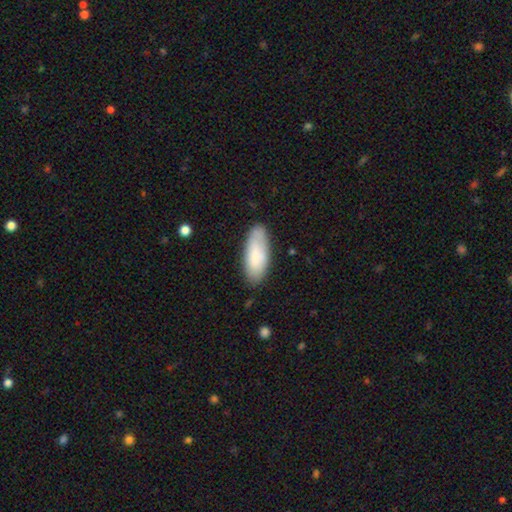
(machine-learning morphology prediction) Smooth or featured? Predicted: smooth (p=0.82). How rounded? Predicted: in between (p=0.76). Merging? Predicted: none (p=0.80).